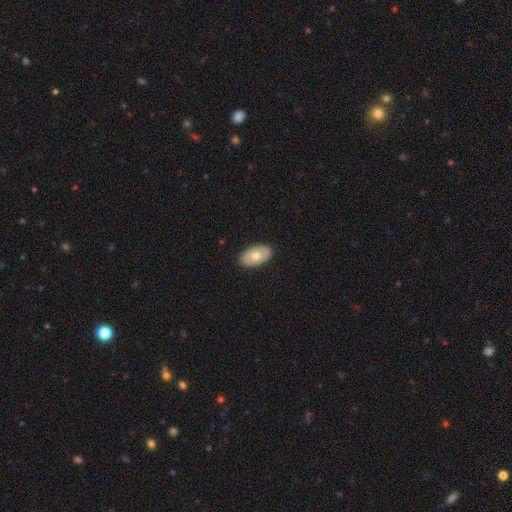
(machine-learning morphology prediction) Q: Smooth or featured?
A: smooth (67%); runner-up: featured or disk (27%)
Q: How rounded?
A: in between (94%); runner-up: round (5%)
Q: Merging?
A: none (89%); runner-up: minor disturbance (8%)